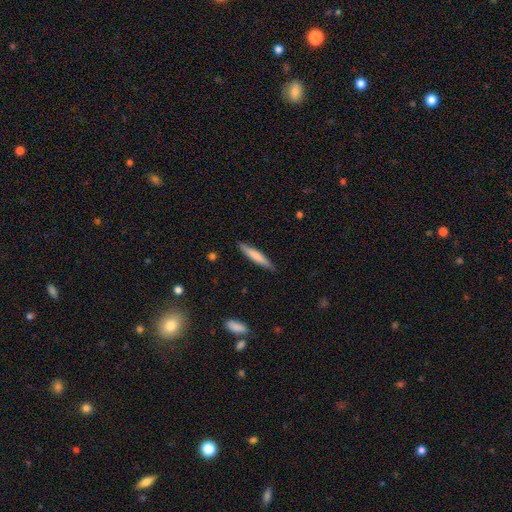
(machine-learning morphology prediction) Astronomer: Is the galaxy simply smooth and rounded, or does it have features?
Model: smooth — 68%.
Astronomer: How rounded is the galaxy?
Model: cigar-shaped — 92%.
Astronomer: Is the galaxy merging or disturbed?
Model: none — 87%.